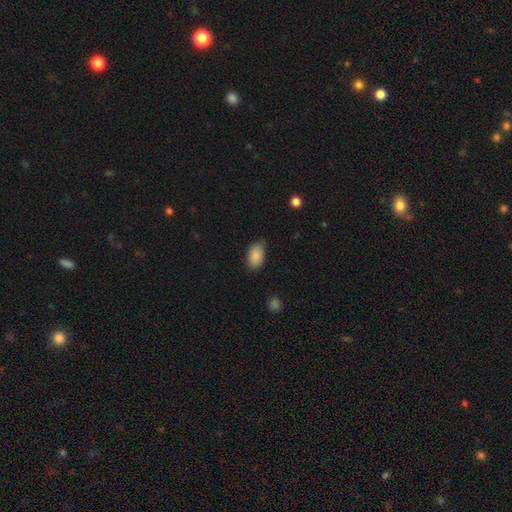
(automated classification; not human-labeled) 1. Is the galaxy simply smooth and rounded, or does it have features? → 85% smooth, 8% featured or disk, 7% star or artifact.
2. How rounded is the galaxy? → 91% in between, 8% round, 1% cigar-shaped.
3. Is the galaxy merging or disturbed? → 71% none, 24% minor disturbance, 4% major disturbance, 1% merger.